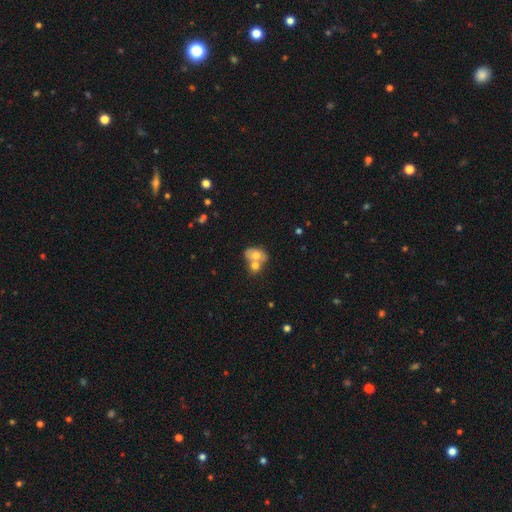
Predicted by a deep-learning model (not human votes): The model was most divided on "how rounded": in between: 64%, round: 35%, cigar-shaped: 1%. More confident: smooth or featured — smooth (67%); merging — merger (62%).